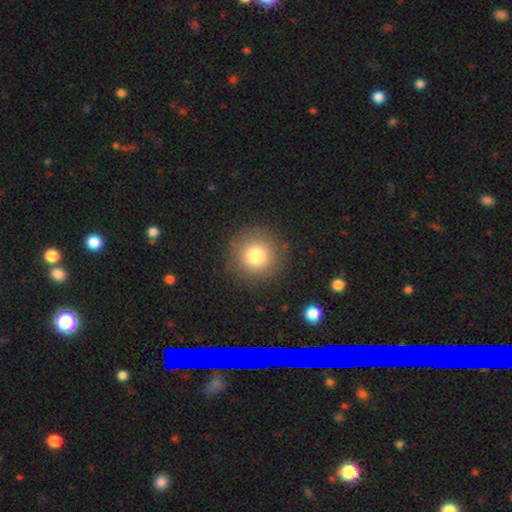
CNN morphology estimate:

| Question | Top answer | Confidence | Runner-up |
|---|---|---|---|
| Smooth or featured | smooth | 79% | star or artifact (12%) |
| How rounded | round | 95% | in between (4%) |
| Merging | none | 89% | minor disturbance (7%) |